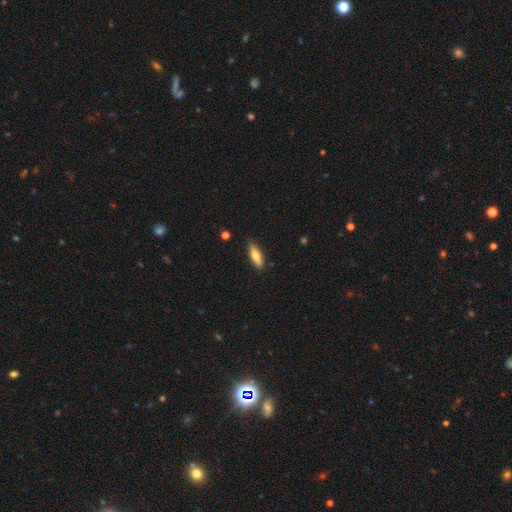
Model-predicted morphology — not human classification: Smooth or featured? Predicted: smooth (p=0.70). How rounded? Predicted: in between (p=0.53). Merging? Predicted: none (p=0.85).